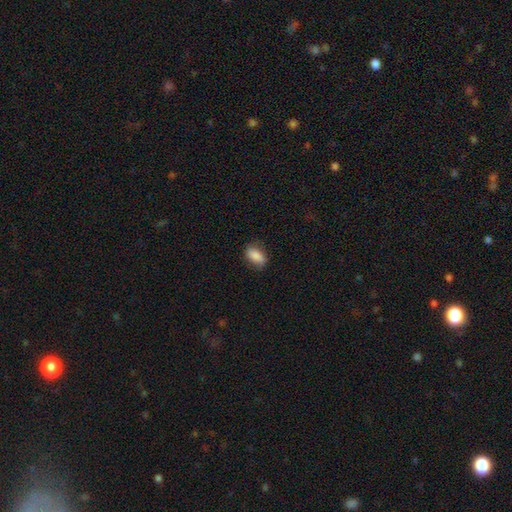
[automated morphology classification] Smooth or featured? Predicted: smooth (p=0.84). How rounded? Predicted: in between (p=0.87). Merging? Predicted: none (p=0.77).